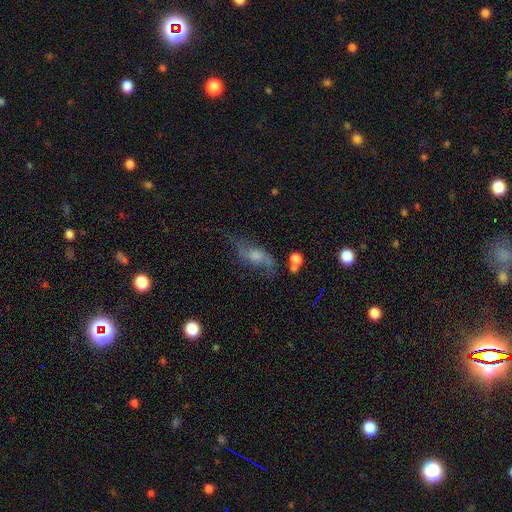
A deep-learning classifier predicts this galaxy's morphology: Smooth or featured? Predicted: featured or disk (p=0.60). Edge-on disk? Predicted: no (p=0.81). Merging? Predicted: none (p=0.53).